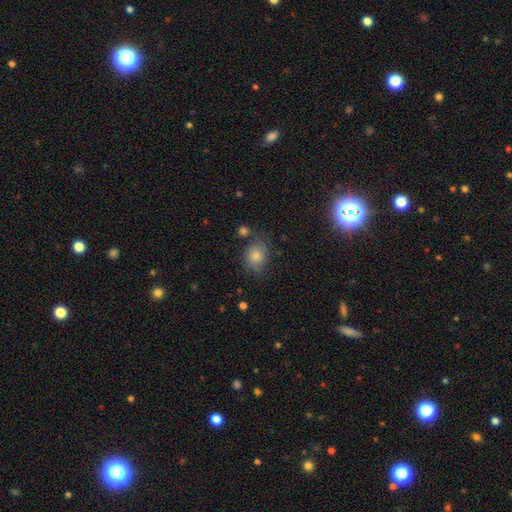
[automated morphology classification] type=smooth (62%); roundness=round (60%); merging=none (72%).